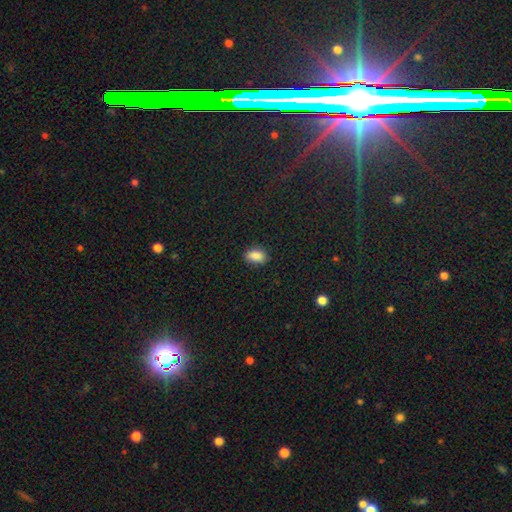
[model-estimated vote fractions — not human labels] Q: Smooth or featured?
A: smooth (88%); runner-up: star or artifact (9%)
Q: How rounded?
A: in between (88%); runner-up: round (10%)
Q: Merging?
A: none (85%); runner-up: minor disturbance (11%)